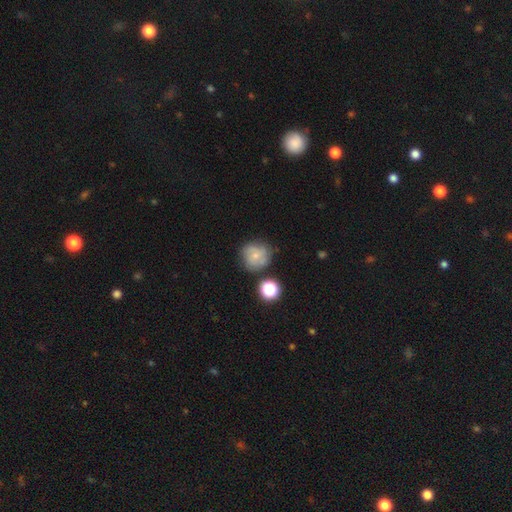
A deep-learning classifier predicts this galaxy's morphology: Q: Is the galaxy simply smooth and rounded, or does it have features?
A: smooth — 58%.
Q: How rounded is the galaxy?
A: round — 90%.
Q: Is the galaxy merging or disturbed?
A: none — 67%.